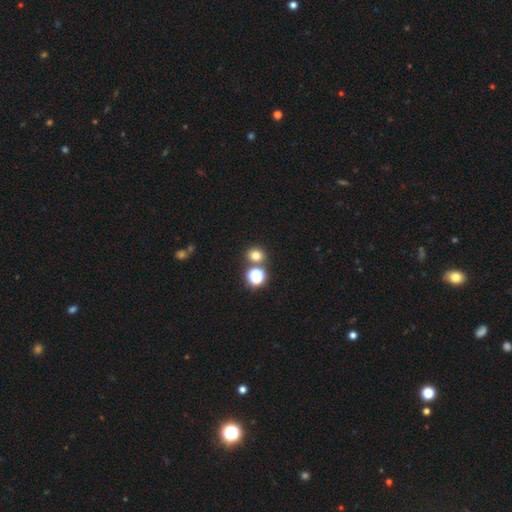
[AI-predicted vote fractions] The model was most divided on "smooth or featured": smooth: 74%, star or artifact: 20%, featured or disk: 6%. More confident: how rounded — round (78%); merging — none (76%).